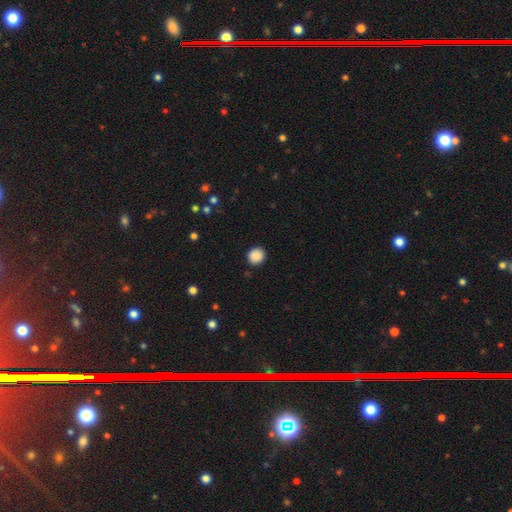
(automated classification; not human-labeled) A smooth galaxy with no disk features (88%) that is round (85%).

Vote fractions:
- Smooth or featured? smooth: 88% / star or artifact: 9% / featured or disk: 3%
- How rounded? round: 85% / in between: 14% / cigar-shaped: 1%
- Merging? none: 89% / minor disturbance: 7% / major disturbance: 2% / merger: 1%